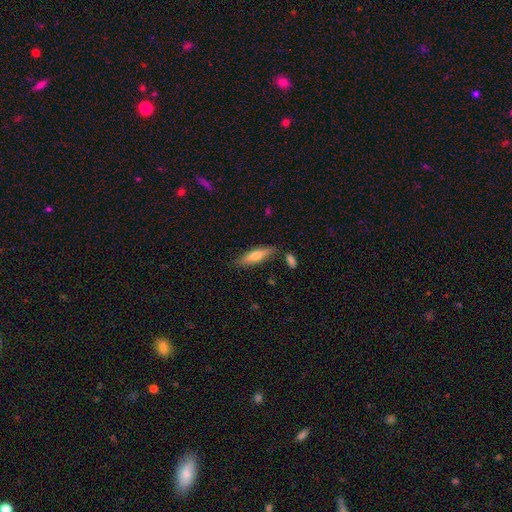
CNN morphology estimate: A smooth galaxy with no disk features (63%) that is cigar-shaped (67%). Merging: none (80%).